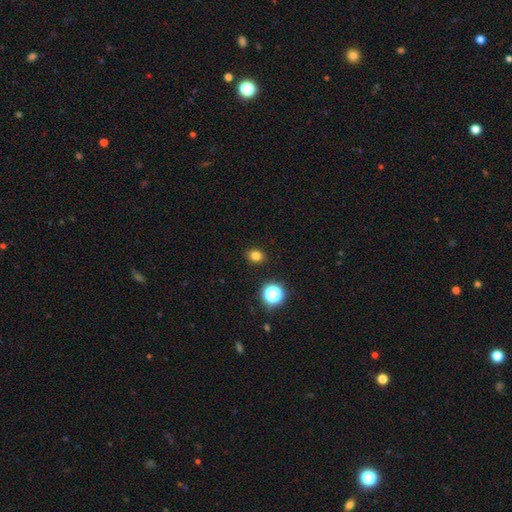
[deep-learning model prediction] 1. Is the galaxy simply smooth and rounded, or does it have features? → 80% smooth, 15% star or artifact, 5% featured or disk.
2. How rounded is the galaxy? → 52% round, 47% in between, 1% cigar-shaped.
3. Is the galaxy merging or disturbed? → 90% none, 7% minor disturbance, 2% major disturbance, 1% merger.